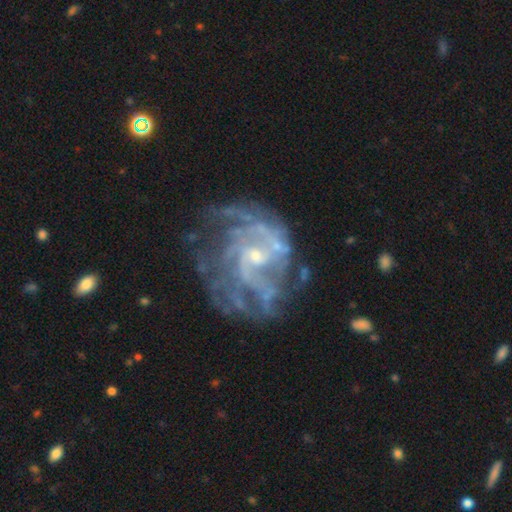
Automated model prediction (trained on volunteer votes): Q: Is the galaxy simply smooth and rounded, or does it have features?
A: featured or disk — 87%.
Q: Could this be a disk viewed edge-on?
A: no — 98%.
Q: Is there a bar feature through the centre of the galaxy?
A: no — 49%.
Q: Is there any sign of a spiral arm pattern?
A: yes — 90%.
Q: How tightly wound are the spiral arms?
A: medium — 42%.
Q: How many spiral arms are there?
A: can't tell — 36%.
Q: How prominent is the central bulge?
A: small — 71%.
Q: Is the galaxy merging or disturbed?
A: none — 58%.